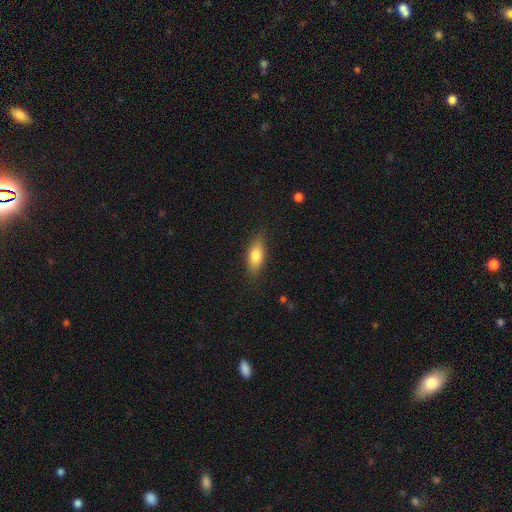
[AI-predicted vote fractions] Morphology: type=smooth (78%); roundness=in between (76%); merging=none (83%).